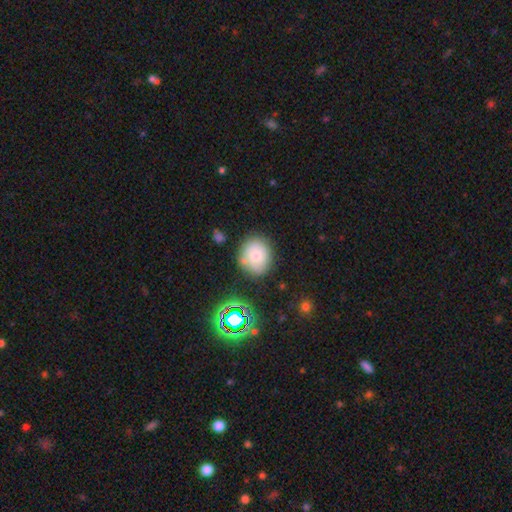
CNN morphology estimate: Smooth or featured? smooth (72%)
How rounded? round (74%)
Merging? none (73%)